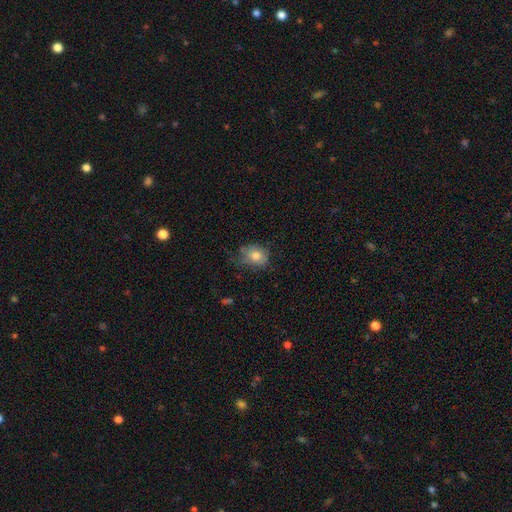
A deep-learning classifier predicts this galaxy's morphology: smooth_or_featured: smooth (p=0.75) [alt: featured or disk p=0.16]
how_rounded: round (p=0.49) [tied with: in between p=0.49]
merging: none (p=0.51) [alt: minor disturbance p=0.32]